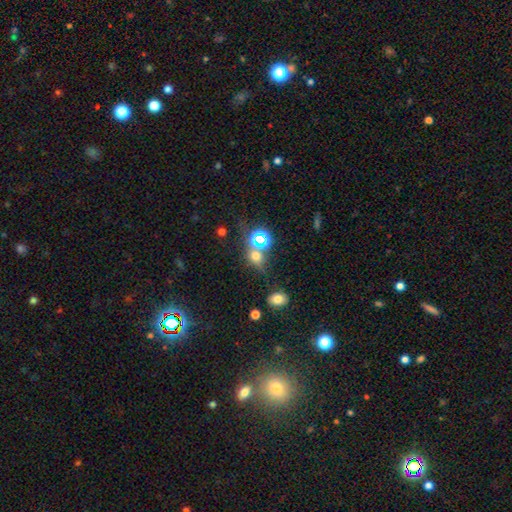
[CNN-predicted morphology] type=smooth (53%); roundness=round (63%); merging=none (62%).